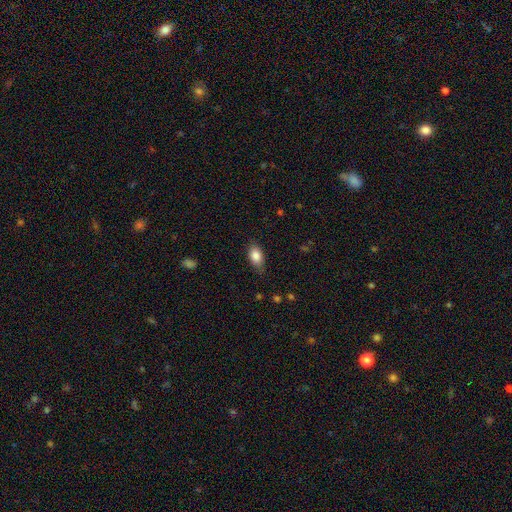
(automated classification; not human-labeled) Overall: smooth (85%). How rounded: in between (90%). Merging: none (77%).